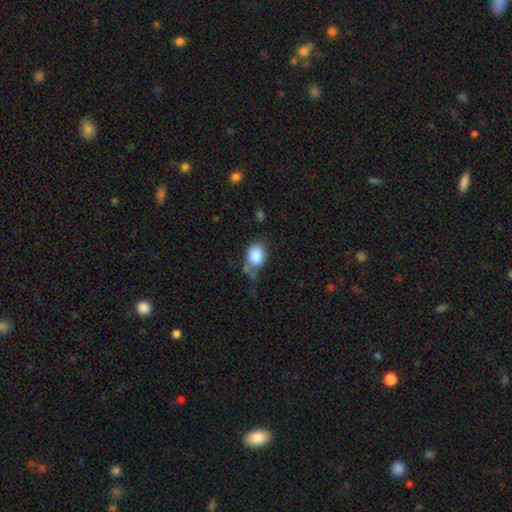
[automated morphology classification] Smooth or featured: smooth — 86% (star or artifact — 8%)
How rounded: in between — 54% (round — 45%)
Merging: none — 45% (minor disturbance — 32%)